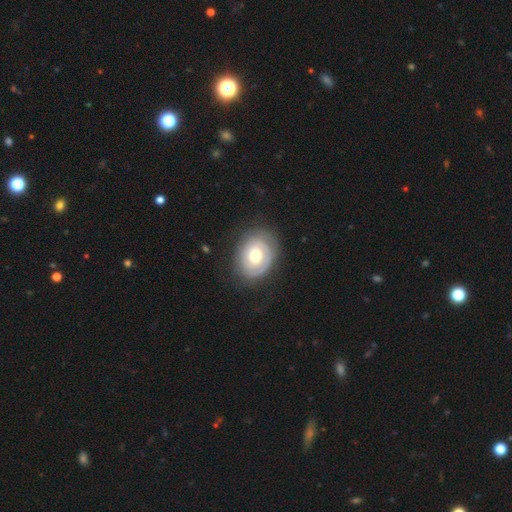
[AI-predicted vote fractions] A featured or disk galaxy (62%) with no bar (79%), spiral arms (67%) and a moderate central bulge (68%).

Vote fractions:
- Smooth or featured? featured or disk: 62% / smooth: 32% / star or artifact: 6%
- Edge-on disk? no: 96% / yes: 4%
- Bar? no: 79% / weak: 18% / strong: 4%
- Spiral arms? yes: 67% / no: 33%
- Bulge size? moderate: 68% / small: 16% / large: 12% / dominant: 1% / none: 1%
- Merging? none: 76% / minor disturbance: 17% / major disturbance: 7% / merger: 1%